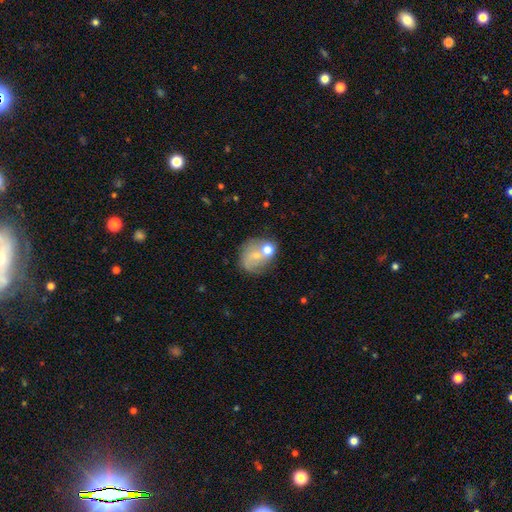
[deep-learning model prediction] Smooth or featured? smooth (49%)
Merging? none (36%)